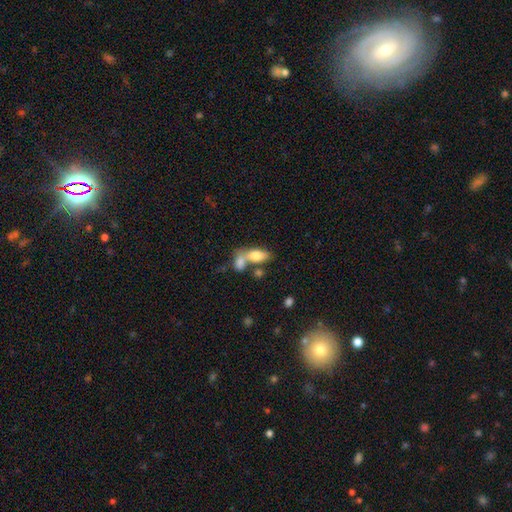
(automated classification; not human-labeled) Smooth or featured? smooth (76%)
How rounded? in between (86%)
Merging? merger (53%)